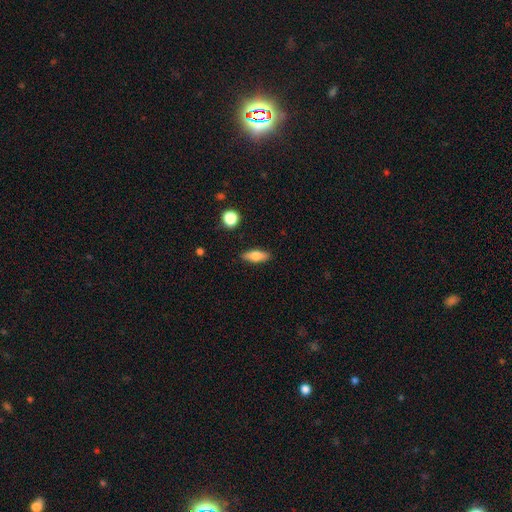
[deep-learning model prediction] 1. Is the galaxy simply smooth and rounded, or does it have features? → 71% smooth, 21% featured or disk, 7% star or artifact.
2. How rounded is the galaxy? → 65% in between, 31% cigar-shaped, 4% round.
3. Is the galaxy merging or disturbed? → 87% none, 9% minor disturbance, 2% major disturbance, 2% merger.